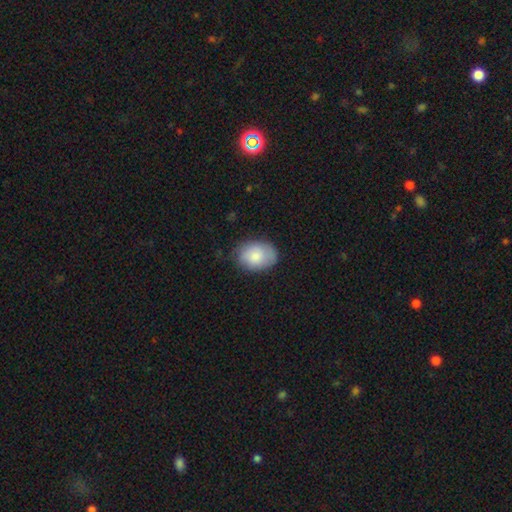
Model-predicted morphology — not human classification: smooth_or_featured: smooth (p=0.82) [alt: featured or disk p=0.12]
how_rounded: in between (p=0.68) [alt: round p=0.31]
merging: none (p=0.73) [alt: minor disturbance p=0.21]